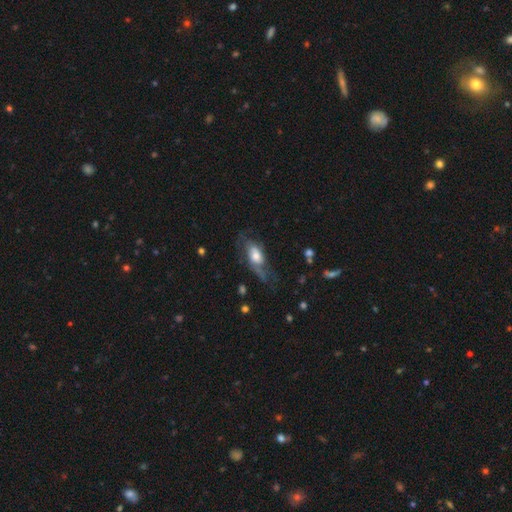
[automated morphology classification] smooth-or-featured: featured or disk: 48% | smooth: 44% | star or artifact: 8%
  merging: none: 41% | major disturbance: 30% | minor disturbance: 27% | merger: 3%